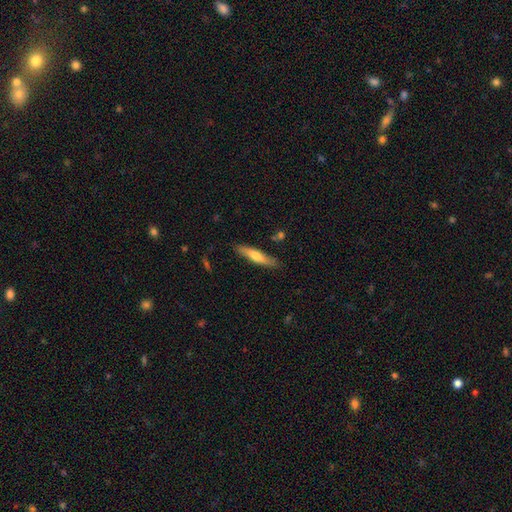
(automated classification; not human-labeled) Overall: smooth (54%; featured or disk 40%). How rounded: cigar-shaped (84%). Merging: none (84%).